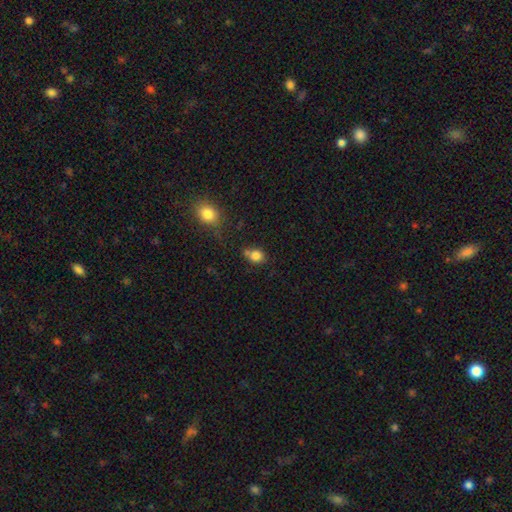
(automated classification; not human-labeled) A smooth galaxy with no disk features (81%) that is round (62%). Merging: none (56%).